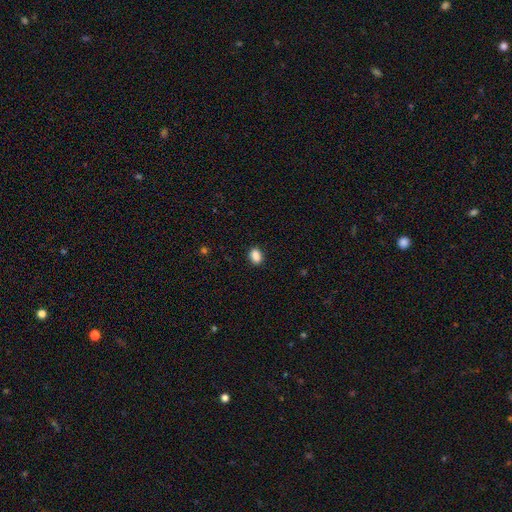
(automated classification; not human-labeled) Smooth or featured?
  - smooth: 88% *
  - star or artifact: 9%
  - featured or disk: 3%
How rounded?
  - in between: 73% *
  - round: 25%
  - cigar-shaped: 1%
Merging?
  - none: 88% *
  - minor disturbance: 9%
  - major disturbance: 2%
  - merger: 1%